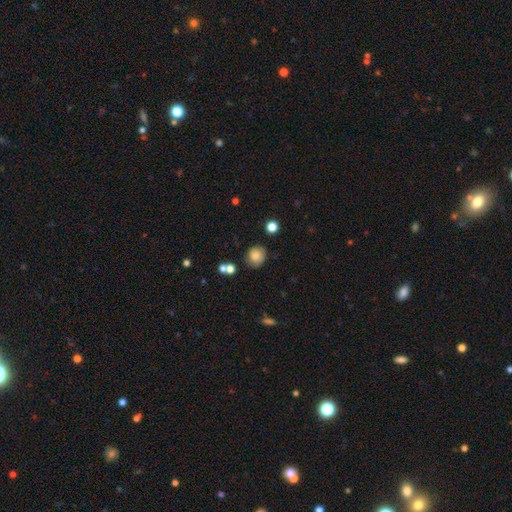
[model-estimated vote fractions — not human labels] A smooth galaxy with no disk features (78%) that is round (79%). Merging: none (77%).